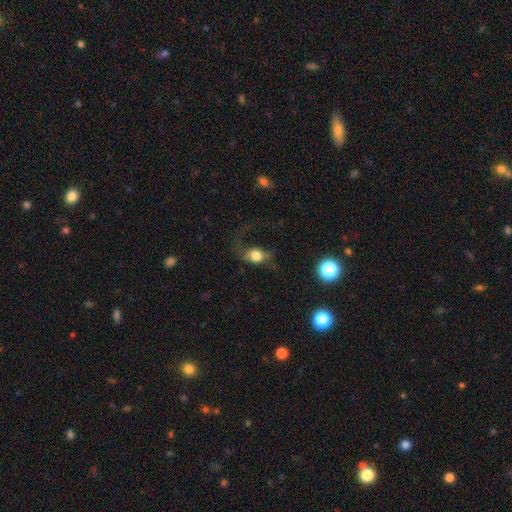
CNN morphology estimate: Smooth or featured?
  - smooth: 68% *
  - featured or disk: 22%
  - star or artifact: 10%
How rounded?
  - in between: 58% *
  - round: 39%
  - cigar-shaped: 3%
Merging?
  - major disturbance: 43% *
  - none: 34%
  - minor disturbance: 20%
  - merger: 3%